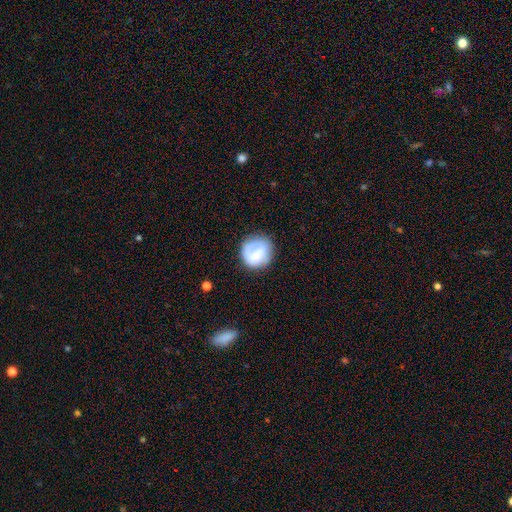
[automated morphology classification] Smooth or featured? smooth (51%)
How rounded? round (86%)
Merging? none (68%)